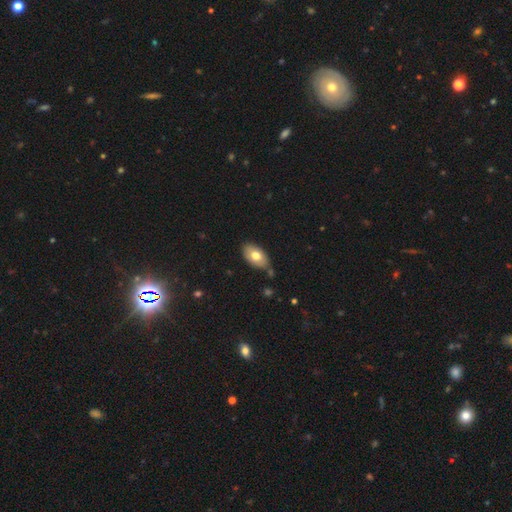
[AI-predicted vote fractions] Morphology: type=smooth (72%); roundness=in between (92%); merging=none (72%).